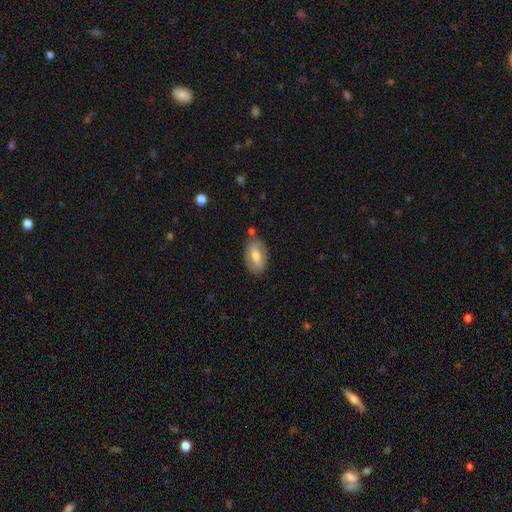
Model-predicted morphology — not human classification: Smooth or featured? Predicted: featured or disk (p=0.49). Merging? Predicted: none (p=0.76).